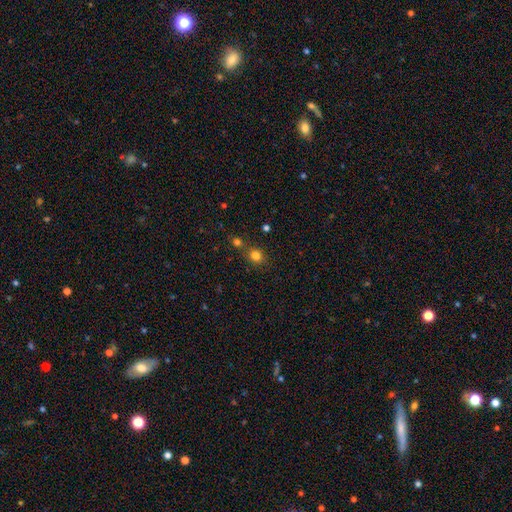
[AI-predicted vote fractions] Q: Smooth or featured?
A: smooth (80%); runner-up: star or artifact (14%)
Q: How rounded?
A: round (81%); runner-up: in between (18%)
Q: Merging?
A: none (71%); runner-up: merger (17%)